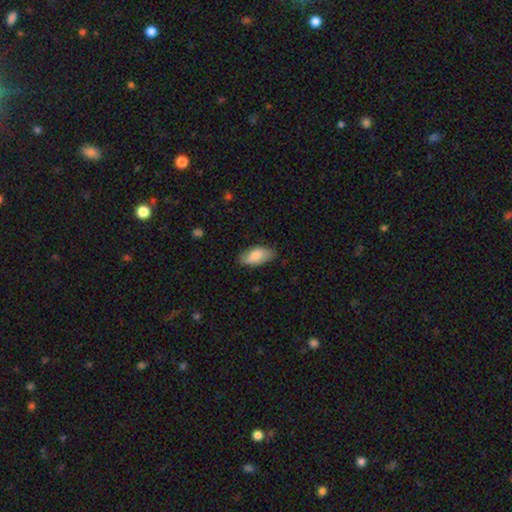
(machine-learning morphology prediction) Smooth or featured?
  - smooth: 79% *
  - featured or disk: 15%
  - star or artifact: 6%
How rounded?
  - in between: 90% *
  - cigar-shaped: 8%
  - round: 2%
Merging?
  - none: 76% *
  - minor disturbance: 20%
  - major disturbance: 3%
  - merger: 1%